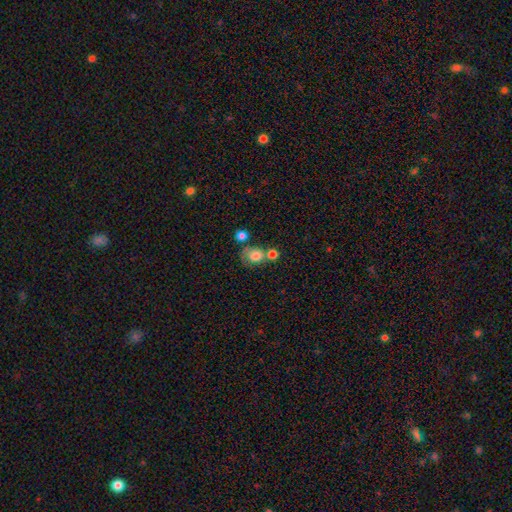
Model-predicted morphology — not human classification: smooth-or-featured: smooth: 70% | featured or disk: 19% | star or artifact: 11%
  how-rounded: round: 59% | in between: 40% | cigar-shaped: 1%
  merging: none: 35% | merger: 33% | minor disturbance: 17% | major disturbance: 15%